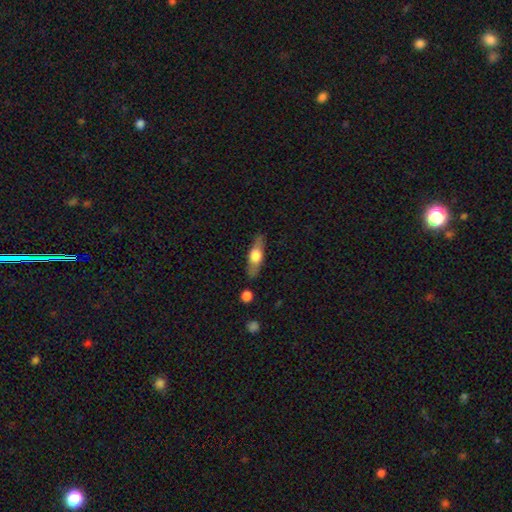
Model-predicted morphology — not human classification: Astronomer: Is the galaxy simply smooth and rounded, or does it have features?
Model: featured or disk — 47%, tied with smooth at 47%.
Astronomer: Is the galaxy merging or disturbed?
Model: none — 82%.